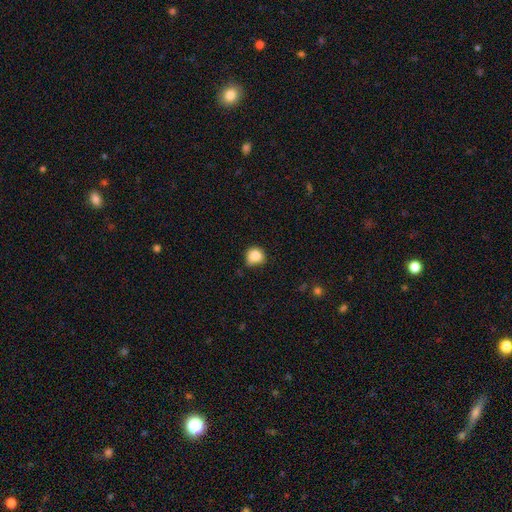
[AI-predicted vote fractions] smooth_or_featured: smooth (p=0.83) [alt: star or artifact p=0.10]
how_rounded: round (p=0.80) [alt: in between p=0.19]
merging: none (p=0.57) [alt: minor disturbance p=0.33]